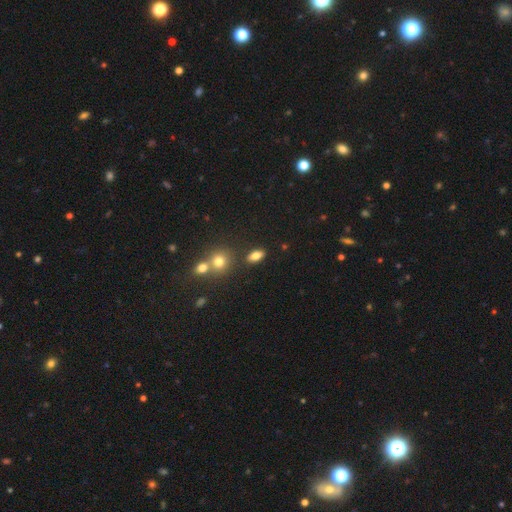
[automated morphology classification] A smooth galaxy with no disk features (78%) that is in between round and cigar-shaped (84%).

Vote fractions:
- Smooth or featured? smooth: 78% / star or artifact: 11% / featured or disk: 11%
- How rounded? in between: 84% / round: 9% / cigar-shaped: 7%
- Merging? none: 80% / minor disturbance: 10% / merger: 7% / major disturbance: 3%